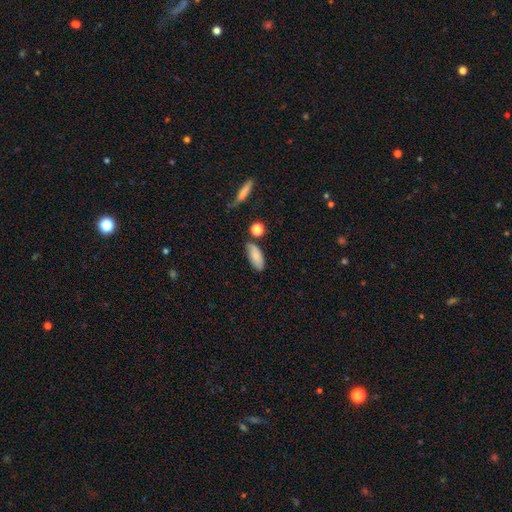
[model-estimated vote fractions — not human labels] Smooth or featured?
  - smooth: 79% *
  - featured or disk: 13%
  - star or artifact: 8%
How rounded?
  - in between: 84% *
  - cigar-shaped: 13%
  - round: 3%
Merging?
  - none: 62% *
  - minor disturbance: 24%
  - merger: 8%
  - major disturbance: 6%